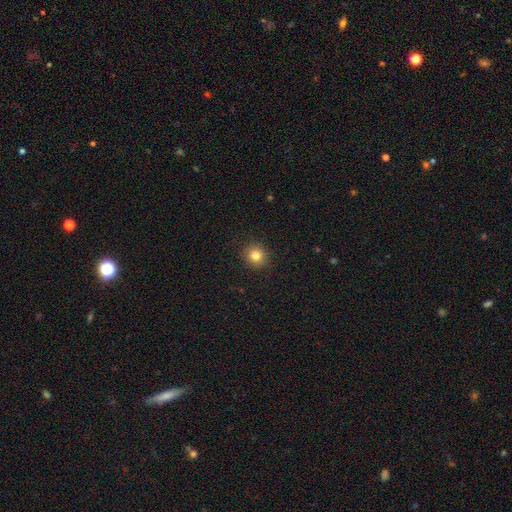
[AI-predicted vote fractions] Overall: smooth (81%). How rounded: round (90%). Merging: none (91%).